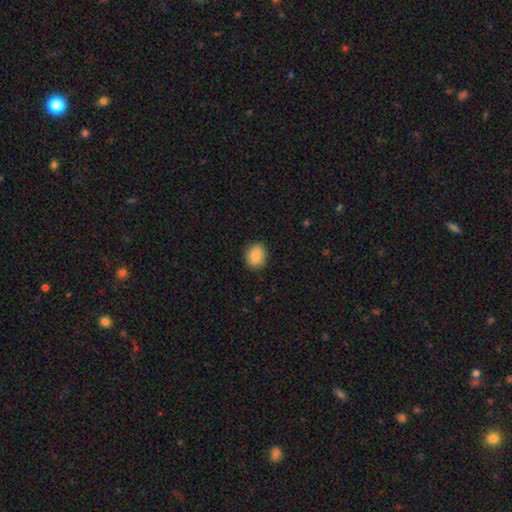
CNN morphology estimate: Smooth or featured? Predicted: smooth (p=0.87). How rounded? Predicted: round (p=0.61). Merging? Predicted: none (p=0.87).